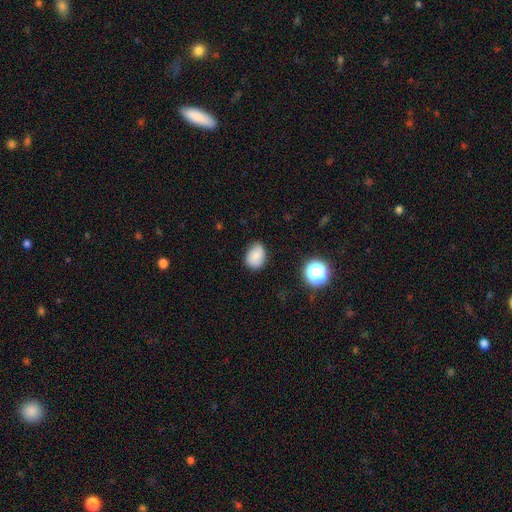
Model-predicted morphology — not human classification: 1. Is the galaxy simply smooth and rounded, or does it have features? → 78% smooth, 12% featured or disk, 10% star or artifact.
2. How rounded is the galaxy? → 60% in between, 39% round, 1% cigar-shaped.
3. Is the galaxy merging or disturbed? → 72% none, 22% minor disturbance, 4% major disturbance, 2% merger.